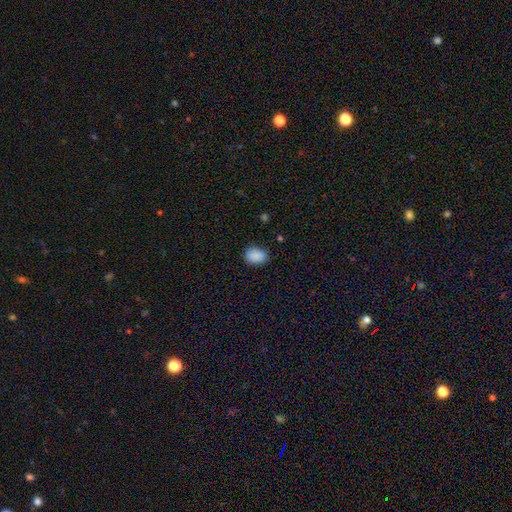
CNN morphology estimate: Smooth or featured: smooth — 89% (star or artifact — 8%)
How rounded: in between — 70% (round — 29%)
Merging: none — 81% (minor disturbance — 15%)